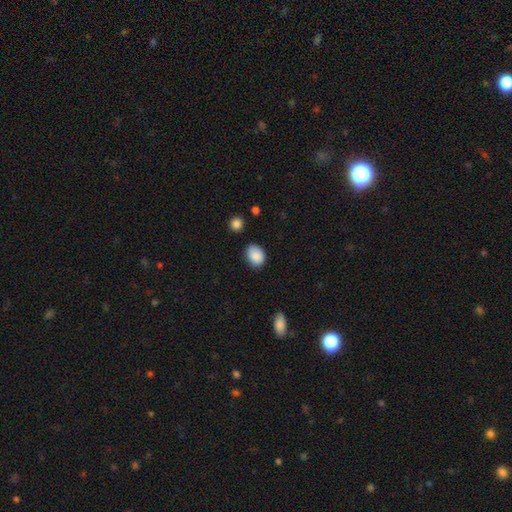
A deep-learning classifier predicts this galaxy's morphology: This is clearly a smooth galaxy (88%). How rounded: likely in between (74%). Merging: likely none (77%).